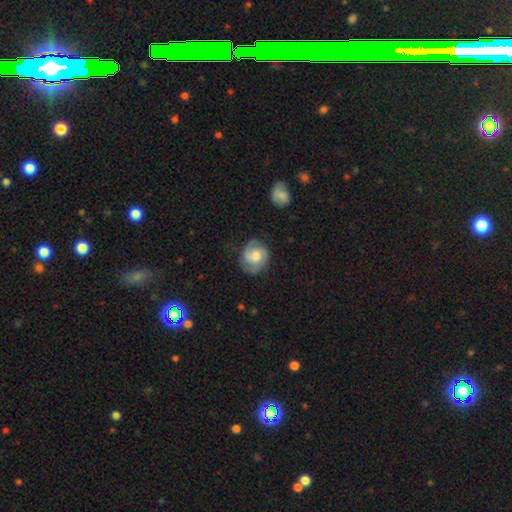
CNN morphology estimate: smooth-or-featured: featured or disk: 73% | smooth: 21% | star or artifact: 6%
  disk-edge-on: no: 98% | yes: 2%
    bar: no: 58% | weak: 36% | strong: 6%
    has-spiral-arms: yes: 94% | no: 6%
      spiral-winding: tight: 45% | medium: 43% | loose: 12%
      spiral-arm-count: 2: 73% | can't tell: 11% | 3: 9% | 1: 3% | 4: 2% | more than 4: 2%
    bulge-size: moderate: 66% | small: 18% | large: 12% | none: 3% | dominant: 1%
  merging: none: 74% | minor disturbance: 18% | major disturbance: 6% | merger: 1%